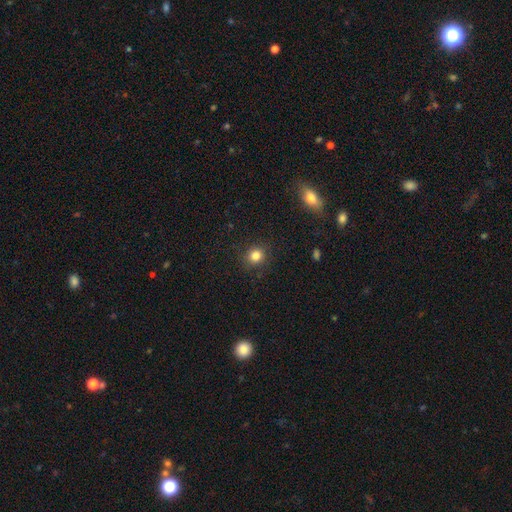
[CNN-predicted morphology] Smooth or featured? smooth (83%)
How rounded? round (87%)
Merging? none (89%)